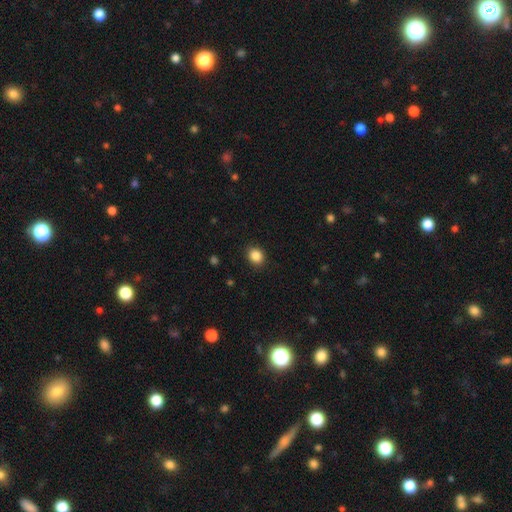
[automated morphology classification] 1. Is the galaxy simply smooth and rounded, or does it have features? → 87% smooth, 10% star or artifact, 3% featured or disk.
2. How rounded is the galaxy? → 68% round, 31% in between, 1% cigar-shaped.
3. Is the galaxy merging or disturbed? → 90% none, 7% minor disturbance, 2% major disturbance, 1% merger.